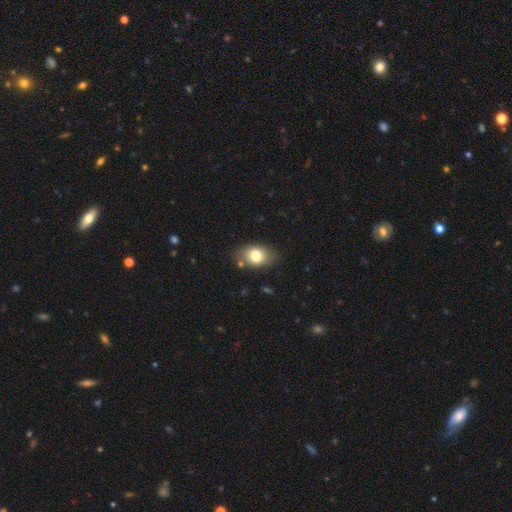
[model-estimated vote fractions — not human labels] Smooth or featured? Predicted: smooth (p=0.79). How rounded? Predicted: in between (p=0.78). Merging? Predicted: none (p=0.77).